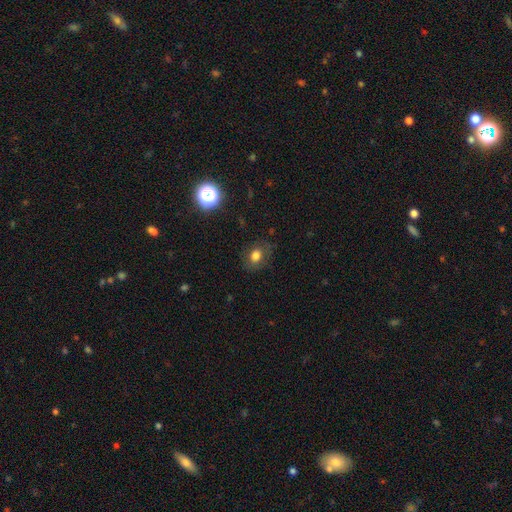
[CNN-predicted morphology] A smooth galaxy with no disk features (72%) that is in between round and cigar-shaped (50%). Merging: none (77%).